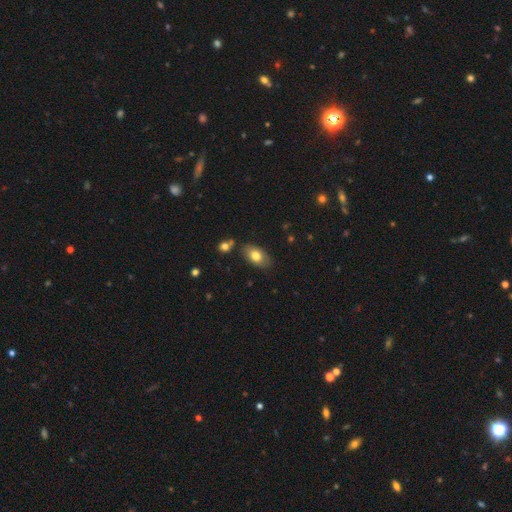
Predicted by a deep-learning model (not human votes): Morphology: type=smooth (78%); roundness=in between (91%); merging=none (80%).